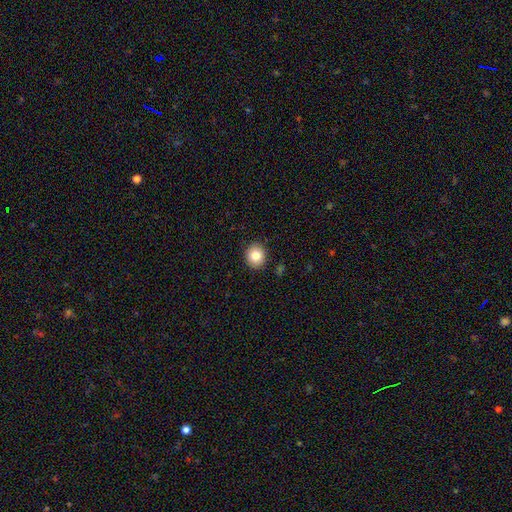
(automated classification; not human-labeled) smooth_or_featured: smooth (p=0.83) [alt: star or artifact p=0.09]
how_rounded: round (p=0.81) [alt: in between p=0.18]
merging: none (p=0.90) [alt: minor disturbance p=0.07]